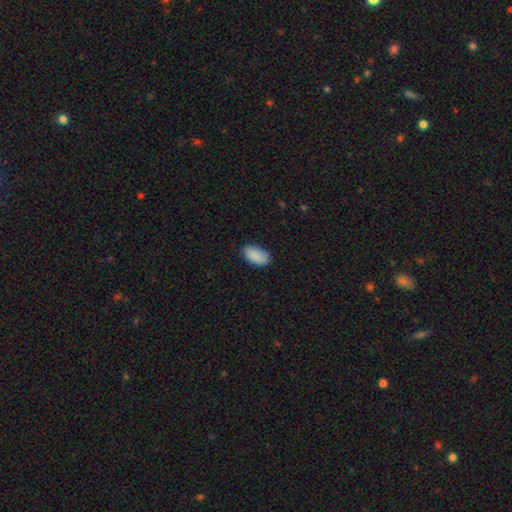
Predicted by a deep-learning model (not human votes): A smooth galaxy with no disk features (90%) that is in between round and cigar-shaped (95%). Merging: none (85%).